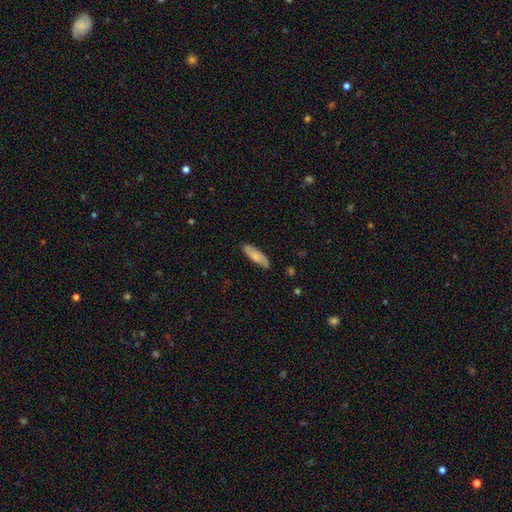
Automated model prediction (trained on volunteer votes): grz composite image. It shows a smooth galaxy with no disk features (74%) that is cigar-shaped (50%). Merging: none (79%).